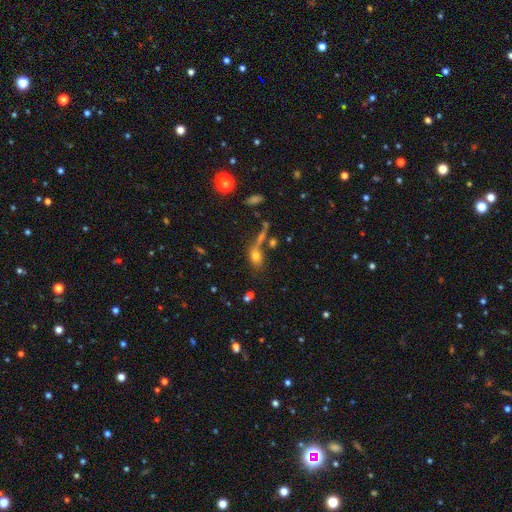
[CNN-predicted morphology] Overall: smooth (70%). How rounded: in between (73%). Merging: none (50%; merger 26%).